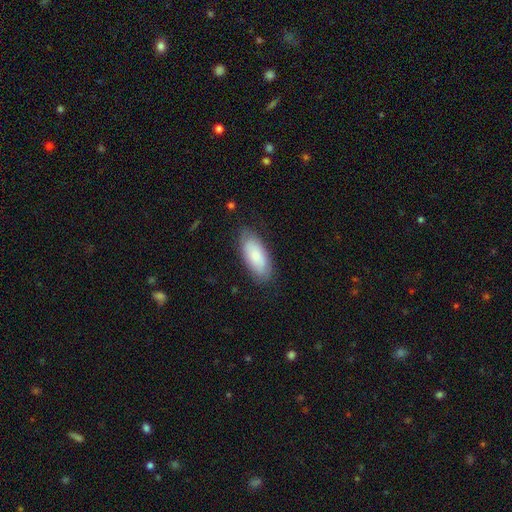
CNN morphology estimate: This is likely a smooth galaxy (75%). How rounded: clearly in between (85%). Merging: clearly none (81%).